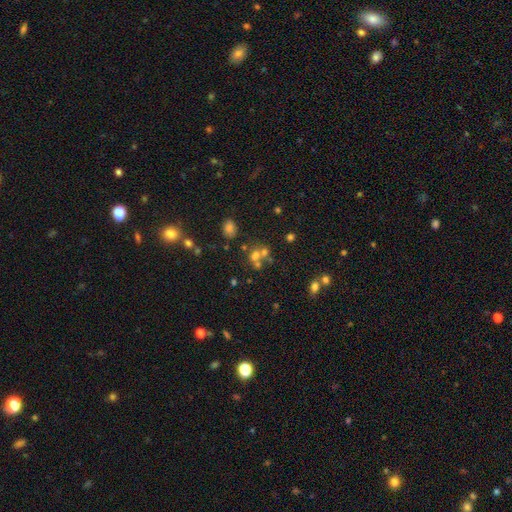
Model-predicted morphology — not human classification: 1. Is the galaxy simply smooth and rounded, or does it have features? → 56% smooth, 25% star or artifact, 19% featured or disk.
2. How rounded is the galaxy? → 69% round, 29% in between, 1% cigar-shaped.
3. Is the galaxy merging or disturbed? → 47% merger, 39% none, 8% minor disturbance, 6% major disturbance.